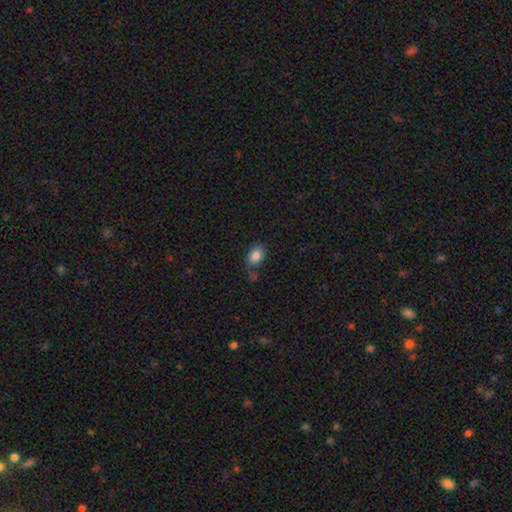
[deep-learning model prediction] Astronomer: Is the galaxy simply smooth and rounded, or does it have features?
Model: smooth — 86%.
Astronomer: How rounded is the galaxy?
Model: in between — 85%.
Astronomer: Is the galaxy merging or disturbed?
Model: none — 71%.